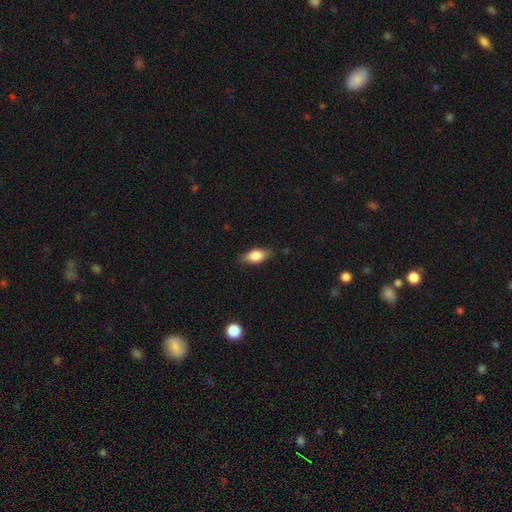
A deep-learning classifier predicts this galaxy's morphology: A smooth galaxy with no disk features (77%) that is in between round and cigar-shaped (83%).

Vote fractions:
- Smooth or featured? smooth: 77% / featured or disk: 16% / star or artifact: 7%
- How rounded? in between: 83% / cigar-shaped: 13% / round: 4%
- Merging? none: 82% / minor disturbance: 14% / major disturbance: 3% / merger: 1%